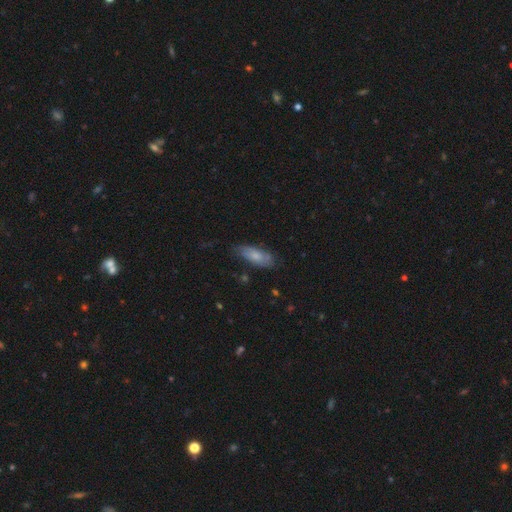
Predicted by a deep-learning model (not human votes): This is likely a smooth galaxy (66%). How rounded: likely in between (71%). Merging: likely none (67%).